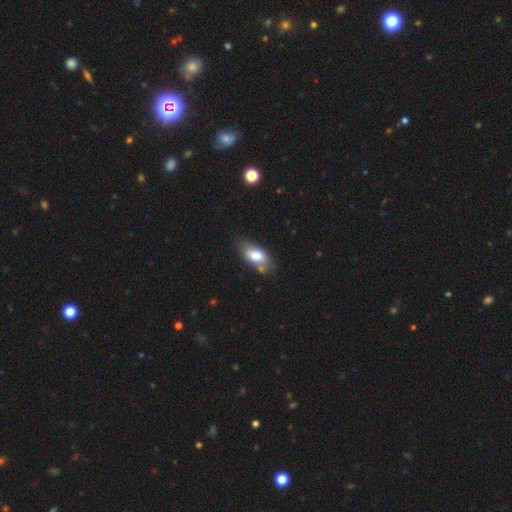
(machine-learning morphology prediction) Q: Smooth or featured?
A: smooth (76%); runner-up: featured or disk (16%)
Q: How rounded?
A: in between (90%); runner-up: cigar-shaped (6%)
Q: Merging?
A: none (68%); runner-up: minor disturbance (20%)